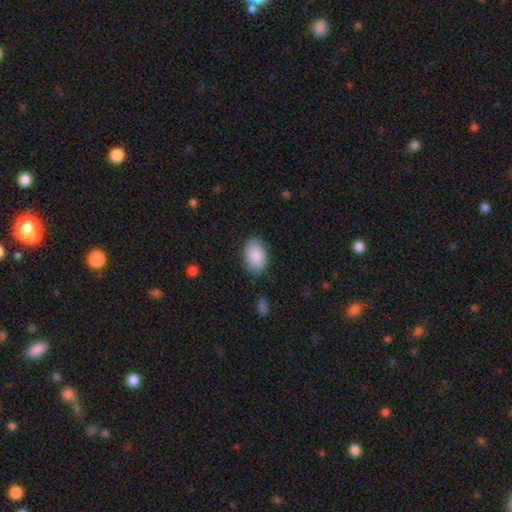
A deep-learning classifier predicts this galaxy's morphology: Smooth or featured: smooth — 89% (star or artifact — 6%)
How rounded: in between — 91% (round — 8%)
Merging: none — 83% (minor disturbance — 12%)